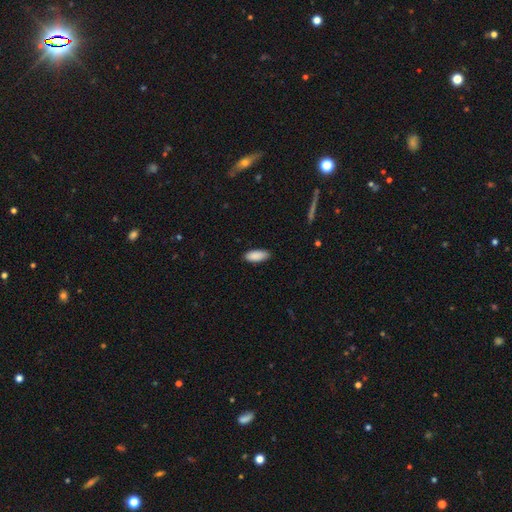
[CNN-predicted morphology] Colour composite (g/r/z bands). It shows a smooth galaxy with no disk features (90%) that is in between round and cigar-shaped (83%). Merging: none (87%).